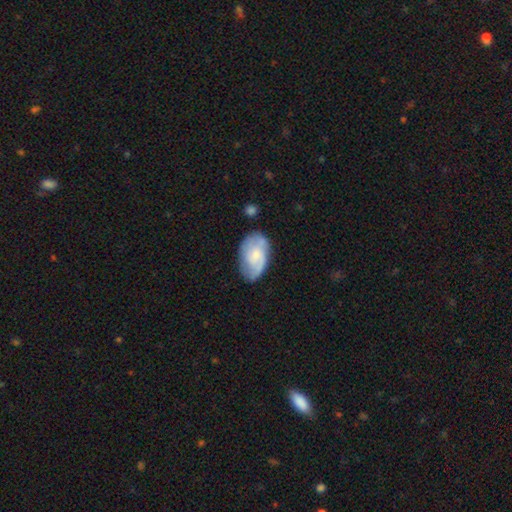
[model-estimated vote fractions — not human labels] featured or disk 57%, smooth 36%, star or artifact 6%. Down the decision tree: edge-on disk — no (96%); bar — no (68%); spiral arms — yes (83%); bulge size — small (55%); merging — none (62%).